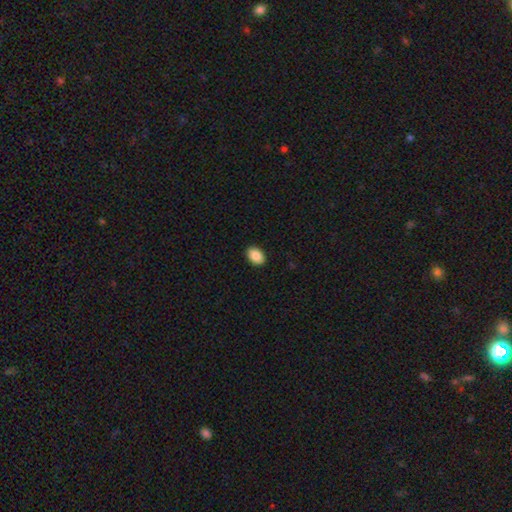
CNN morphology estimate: Smooth or featured? smooth (89%)
How rounded? in between (85%)
Merging? none (91%)